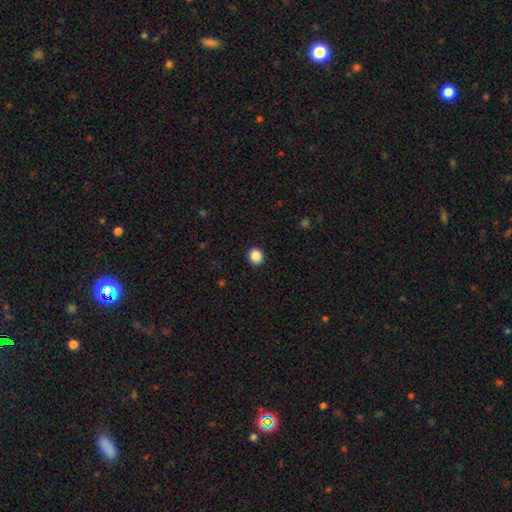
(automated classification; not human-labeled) This appears to be a smooth galaxy with no disk features (87%) that is round (91%). Merging: none (93%).